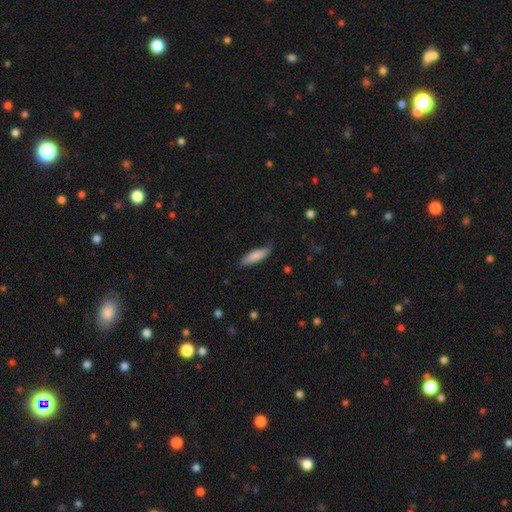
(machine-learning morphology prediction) Q: Smooth or featured?
A: smooth (82%); runner-up: featured or disk (12%)
Q: How rounded?
A: cigar-shaped (57%); runner-up: in between (41%)
Q: Merging?
A: none (79%); runner-up: minor disturbance (17%)